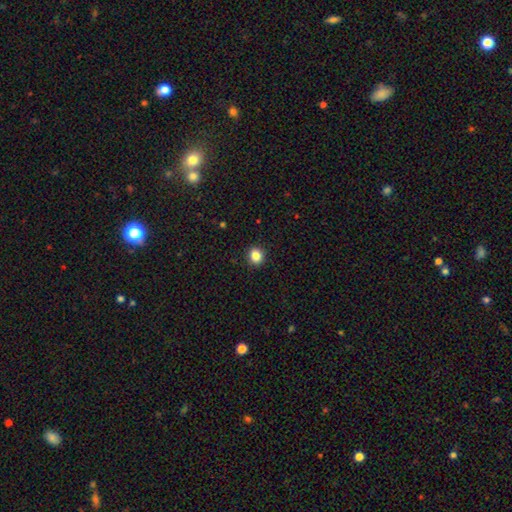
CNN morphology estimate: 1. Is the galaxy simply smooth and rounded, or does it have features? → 85% smooth, 11% star or artifact, 4% featured or disk.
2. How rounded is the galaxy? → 81% round, 18% in between, 1% cigar-shaped.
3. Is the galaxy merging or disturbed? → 92% none, 5% minor disturbance, 2% major disturbance, 1% merger.